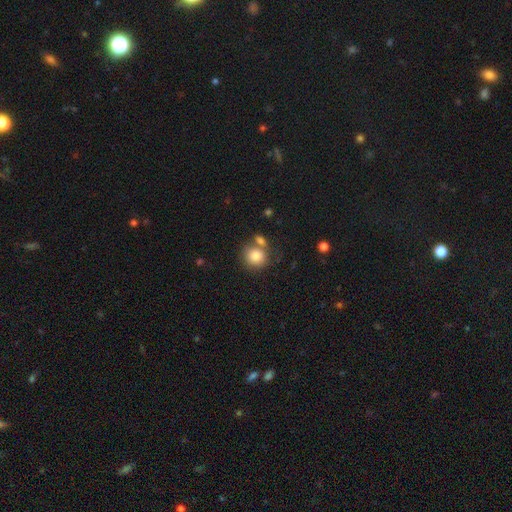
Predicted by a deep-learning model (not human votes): Q: Smooth or featured?
A: smooth (84%); runner-up: star or artifact (9%)
Q: How rounded?
A: round (83%); runner-up: in between (16%)
Q: Merging?
A: none (58%); runner-up: merger (26%)